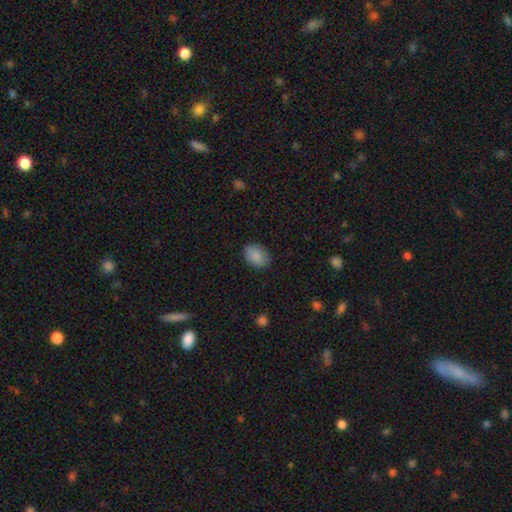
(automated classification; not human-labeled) This is clearly a smooth galaxy (87%). How rounded: likely in between (77%). Merging: clearly none (86%).